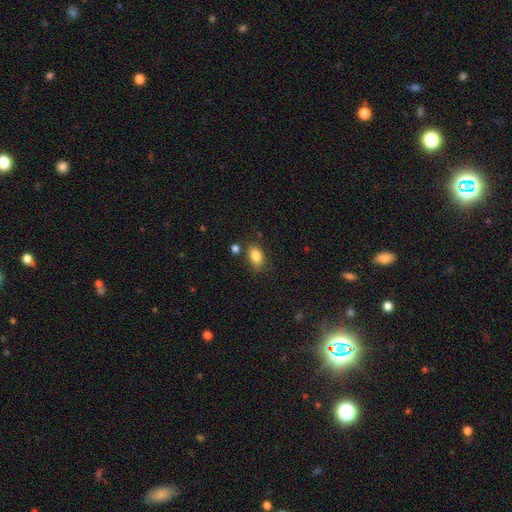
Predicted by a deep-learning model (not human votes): Smooth or featured? smooth (85%)
How rounded? in between (86%)
Merging? none (76%)